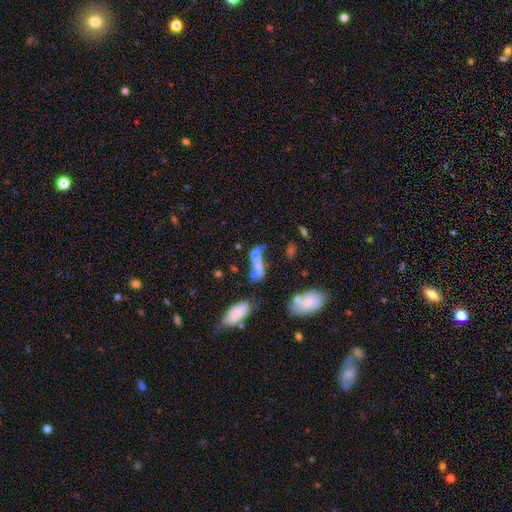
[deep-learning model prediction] A smooth galaxy with no disk features (48%). Merging: merger (40%).